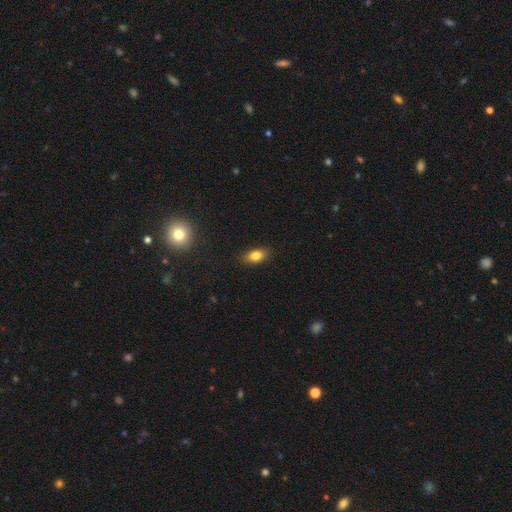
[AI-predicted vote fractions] The model was most divided on "smooth or featured": smooth: 82%, star or artifact: 10%, featured or disk: 9%. More confident: merging — none (86%); how rounded — in between (84%).